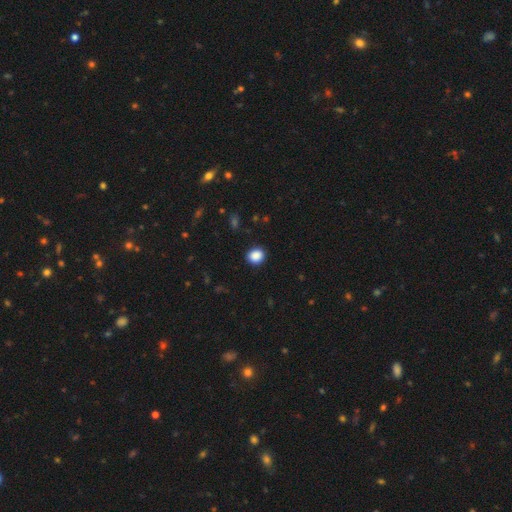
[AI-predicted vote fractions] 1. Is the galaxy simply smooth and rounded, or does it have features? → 88% smooth, 9% star or artifact, 3% featured or disk.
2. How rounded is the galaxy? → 70% round, 29% in between, 1% cigar-shaped.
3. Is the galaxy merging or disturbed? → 90% none, 7% minor disturbance, 2% major disturbance, 1% merger.